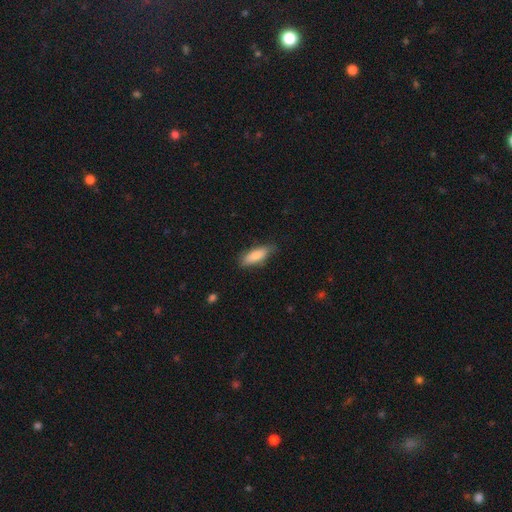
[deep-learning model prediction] smooth_or_featured: smooth (p=0.80) [alt: featured or disk p=0.14]
how_rounded: in between (p=0.59) [alt: cigar-shaped p=0.39]
merging: none (p=0.78) [alt: minor disturbance p=0.17]